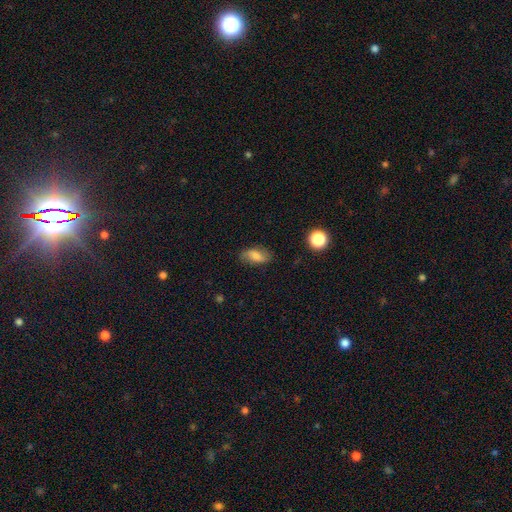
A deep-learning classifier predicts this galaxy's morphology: A smooth galaxy with no disk features (66%) that is in between round and cigar-shaped (88%). Merging: none (76%).